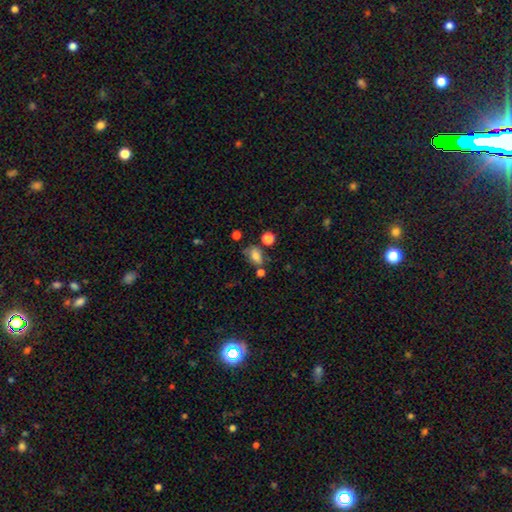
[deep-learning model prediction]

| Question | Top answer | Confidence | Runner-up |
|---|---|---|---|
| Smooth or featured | smooth | 73% | featured or disk (16%) |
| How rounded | in between | 80% | round (18%) |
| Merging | none | 55% | minor disturbance (23%) |